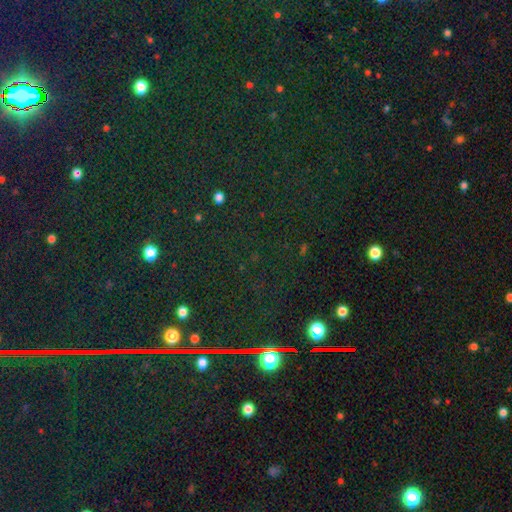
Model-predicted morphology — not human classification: Smooth or featured? Predicted: star or artifact (p=0.84).